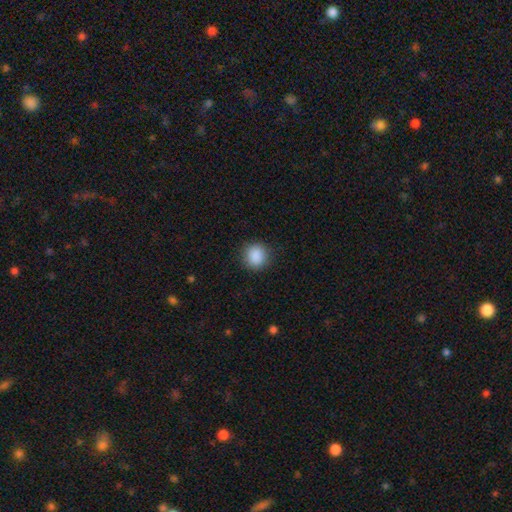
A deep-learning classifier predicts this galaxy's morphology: Smooth or featured?
  - smooth: 89% *
  - star or artifact: 9%
  - featured or disk: 3%
How rounded?
  - round: 86% *
  - in between: 13%
  - cigar-shaped: 1%
Merging?
  - none: 89% *
  - minor disturbance: 8%
  - major disturbance: 3%
  - merger: 1%